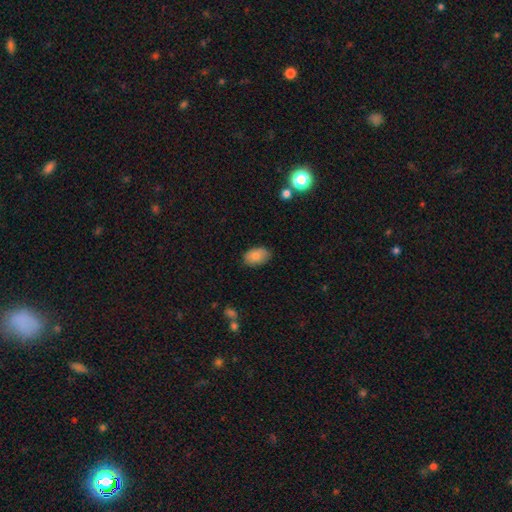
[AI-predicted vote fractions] smooth-or-featured: smooth: 84% | featured or disk: 9% | star or artifact: 7%
  how-rounded: in between: 90% | round: 9% | cigar-shaped: 1%
  merging: none: 80% | minor disturbance: 15% | major disturbance: 3% | merger: 1%